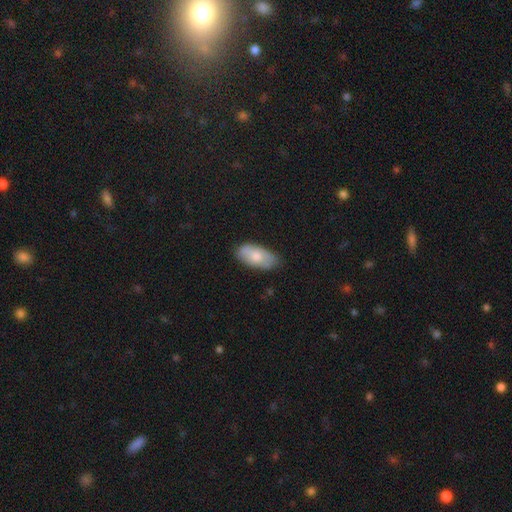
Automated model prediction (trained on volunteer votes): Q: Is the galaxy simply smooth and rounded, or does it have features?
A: smooth — 72%.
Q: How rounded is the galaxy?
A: in between — 93%.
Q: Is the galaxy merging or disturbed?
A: none — 71%.